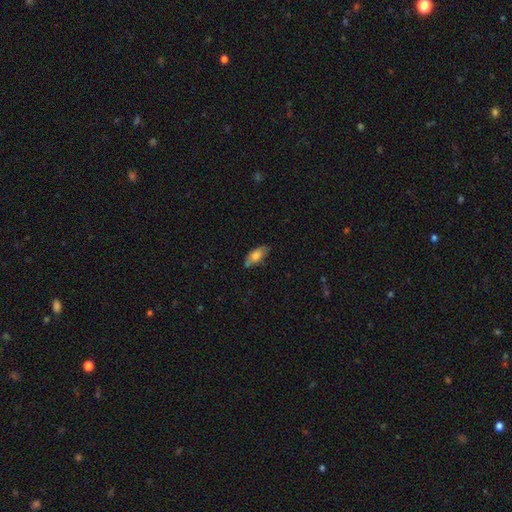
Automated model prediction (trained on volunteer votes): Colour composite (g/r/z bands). It shows a smooth galaxy with no disk features (73%) that is in between round and cigar-shaped (84%). Merging: none (68%).